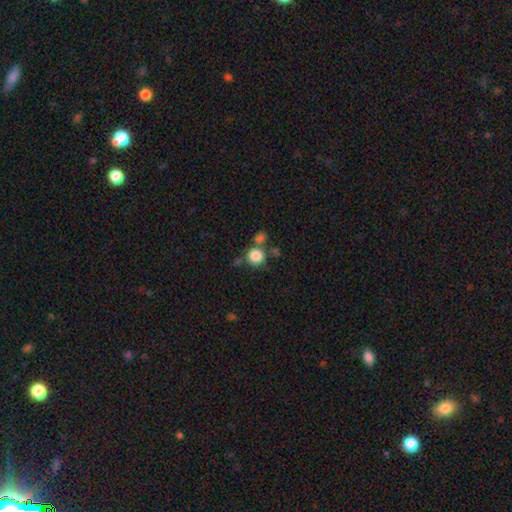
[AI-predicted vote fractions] Q: Smooth or featured?
A: smooth (84%); runner-up: star or artifact (10%)
Q: How rounded?
A: round (90%); runner-up: in between (9%)
Q: Merging?
A: none (60%); runner-up: merger (24%)